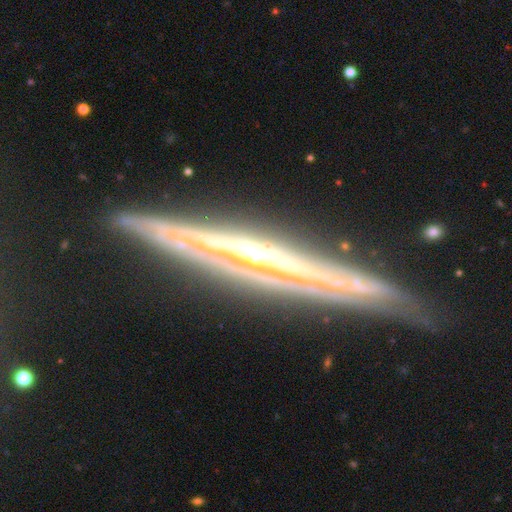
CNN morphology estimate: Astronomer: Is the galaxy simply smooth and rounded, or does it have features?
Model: featured or disk — 84%.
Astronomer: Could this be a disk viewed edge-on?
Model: yes — 92%.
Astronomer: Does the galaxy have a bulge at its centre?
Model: rounded — 46% (runner-up: none, 42%).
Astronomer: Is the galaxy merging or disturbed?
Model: none — 81%.